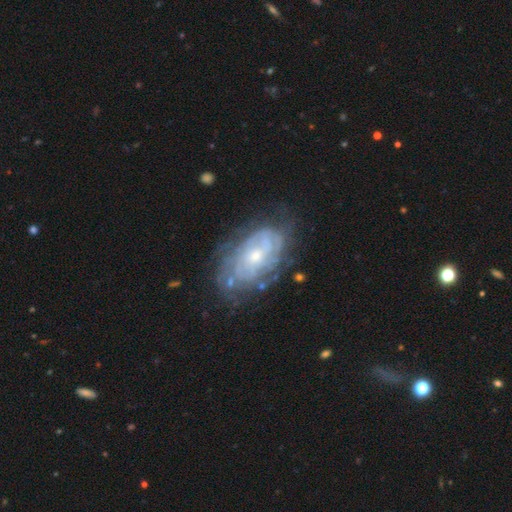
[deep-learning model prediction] Smooth or featured? Predicted: featured or disk (p=0.82). Edge-on disk? Predicted: no (p=0.95). Bar? Predicted: no (p=0.73). Spiral arms? Predicted: yes (p=0.87). Spiral winding? Predicted: tight (p=0.71). Spiral arm count? Predicted: can't tell (p=0.56). Bulge size? Predicted: small (p=0.58). Merging? Predicted: none (p=0.67).